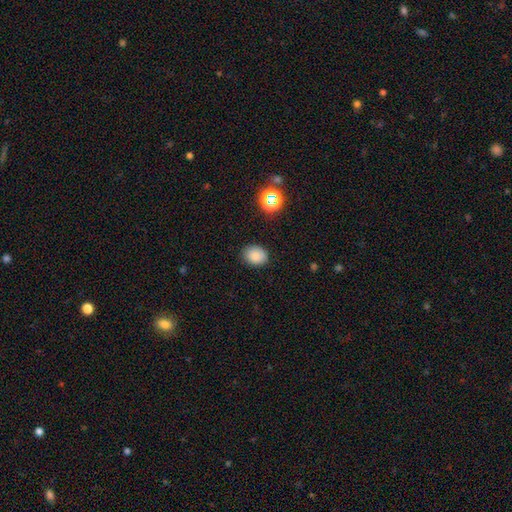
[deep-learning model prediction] A smooth galaxy with no disk features (84%) that is in between round and cigar-shaped (55%). Merging: none (85%).